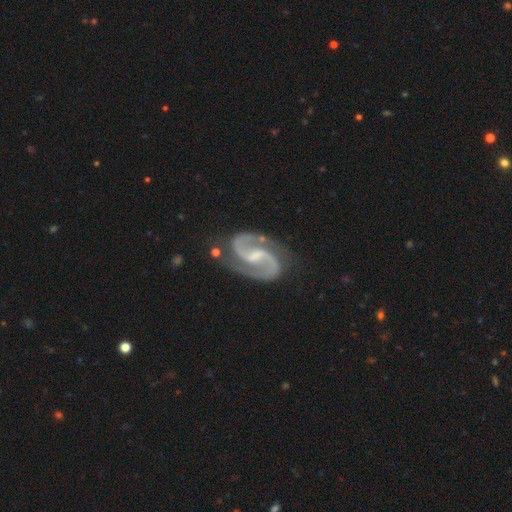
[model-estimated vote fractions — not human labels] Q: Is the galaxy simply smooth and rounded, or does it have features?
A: featured or disk — 94%.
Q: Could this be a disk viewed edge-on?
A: no — 98%.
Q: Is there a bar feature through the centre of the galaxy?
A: weak — 53%.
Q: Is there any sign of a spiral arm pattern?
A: yes — 99%.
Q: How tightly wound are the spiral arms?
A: medium — 66%.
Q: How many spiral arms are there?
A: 2 — 95%.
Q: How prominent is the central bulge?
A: small — 51%.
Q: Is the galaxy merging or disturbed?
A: none — 79%.